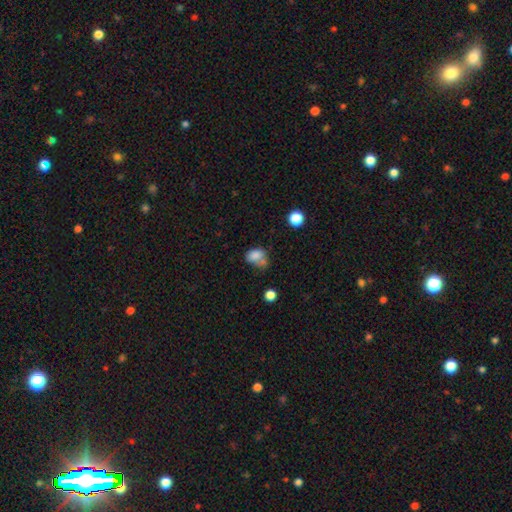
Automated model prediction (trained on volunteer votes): smooth-or-featured: smooth: 79% | star or artifact: 11% | featured or disk: 10%
  how-rounded: in between: 65% | round: 34% | cigar-shaped: 1%
  merging: none: 35% | minor disturbance: 28% | merger: 23% | major disturbance: 14%